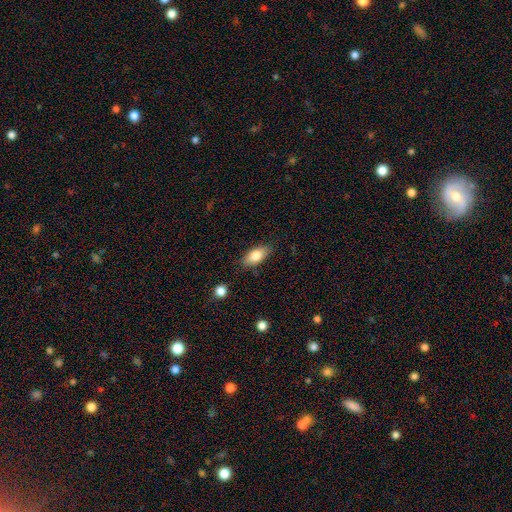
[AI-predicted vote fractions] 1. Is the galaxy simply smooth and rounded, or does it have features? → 81% smooth, 12% featured or disk, 7% star or artifact.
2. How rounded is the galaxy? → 87% in between, 9% cigar-shaped, 4% round.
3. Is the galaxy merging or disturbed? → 83% none, 13% minor disturbance, 3% major disturbance, 2% merger.